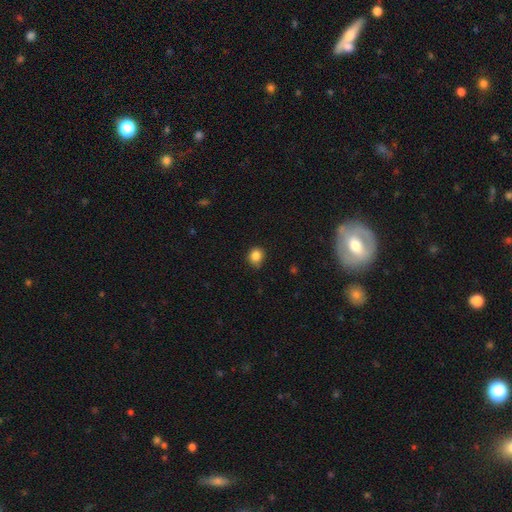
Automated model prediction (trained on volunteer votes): The model was most divided on "how rounded": round: 77%, in between: 22%, cigar-shaped: 1%. More confident: smooth or featured — smooth (85%); merging — none (77%).